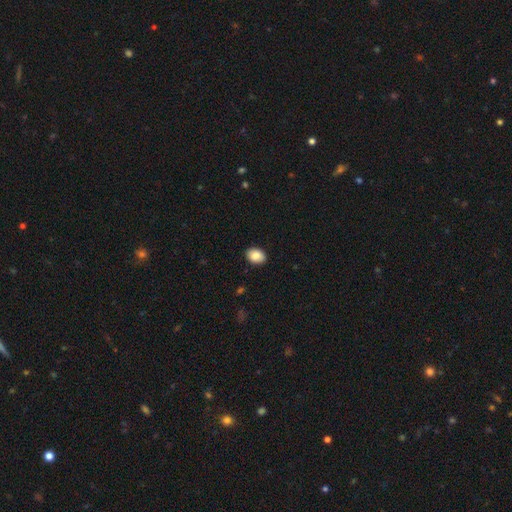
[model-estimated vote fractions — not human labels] Q: Smooth or featured?
A: smooth (87%); runner-up: star or artifact (7%)
Q: How rounded?
A: in between (75%); runner-up: round (24%)
Q: Merging?
A: none (89%); runner-up: minor disturbance (8%)